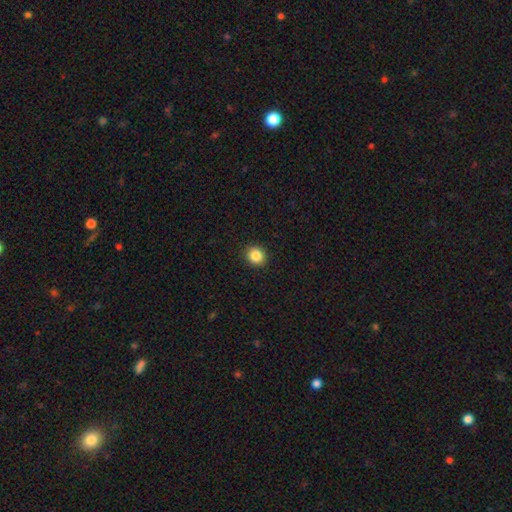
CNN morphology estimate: Smooth or featured: smooth — 85% (star or artifact — 10%)
How rounded: round — 83% (in between — 16%)
Merging: none — 92% (minor disturbance — 5%)